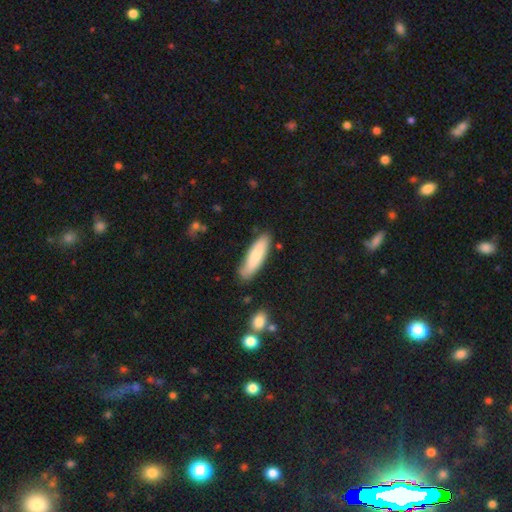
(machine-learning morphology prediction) Smooth or featured: smooth — 79% (featured or disk — 15%)
How rounded: cigar-shaped — 63% (in between — 36%)
Merging: none — 80% (minor disturbance — 15%)